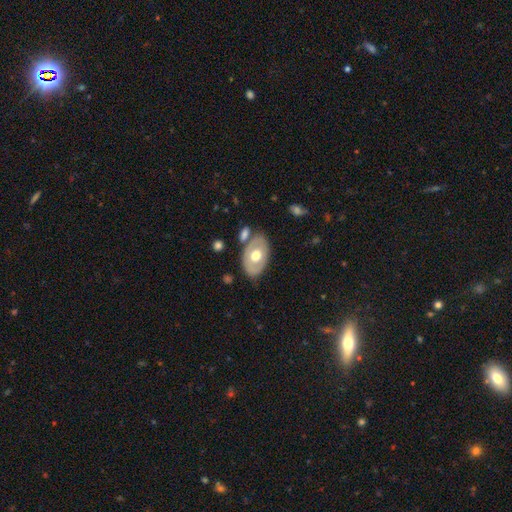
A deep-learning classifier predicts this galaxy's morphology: Smooth or featured?
  - smooth: 49% *
  - featured or disk: 45%
  - star or artifact: 5%
Merging?
  - none: 72% *
  - minor disturbance: 15%
  - merger: 8%
  - major disturbance: 5%